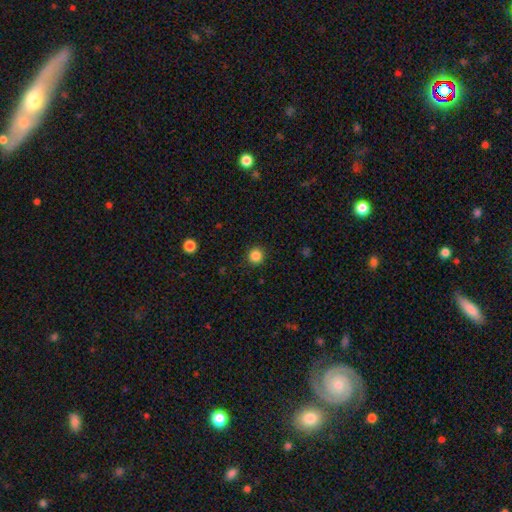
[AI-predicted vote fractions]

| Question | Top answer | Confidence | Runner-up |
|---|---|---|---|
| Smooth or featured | smooth | 85% | star or artifact (12%) |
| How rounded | round | 94% | in between (5%) |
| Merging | none | 92% | minor disturbance (5%) |